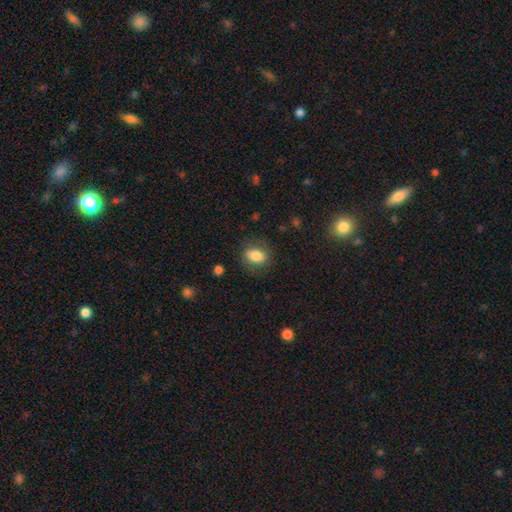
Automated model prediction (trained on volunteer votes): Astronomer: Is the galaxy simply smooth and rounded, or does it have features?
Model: smooth — 76%.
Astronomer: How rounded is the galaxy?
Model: in between — 70%.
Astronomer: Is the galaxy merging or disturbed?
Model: none — 75%.